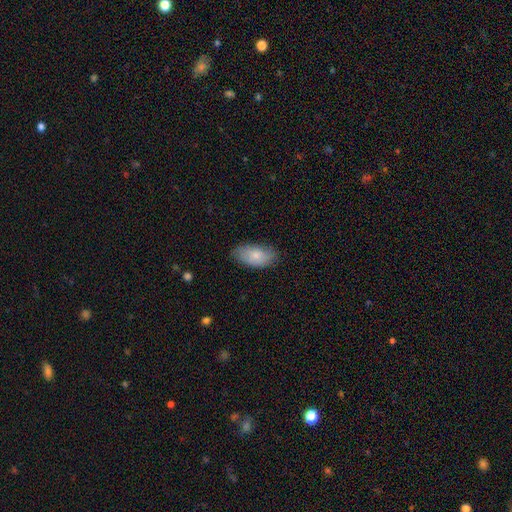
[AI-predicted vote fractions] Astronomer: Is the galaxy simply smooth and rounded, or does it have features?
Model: smooth — 77%.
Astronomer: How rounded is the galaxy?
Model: in between — 93%.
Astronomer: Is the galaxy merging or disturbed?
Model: none — 76%.